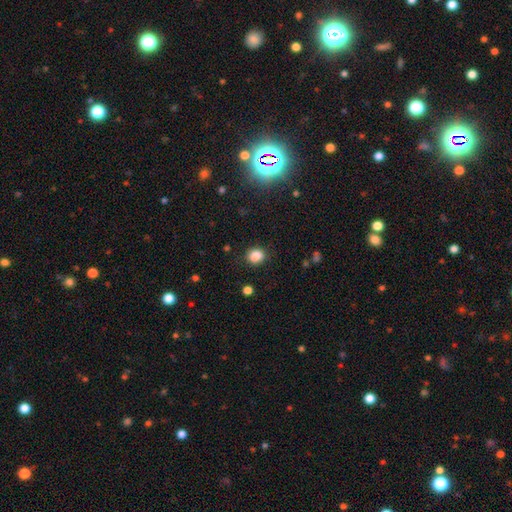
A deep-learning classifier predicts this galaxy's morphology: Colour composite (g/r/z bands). It shows a smooth galaxy with no disk features (86%) that is round (64%). Merging: none (83%).